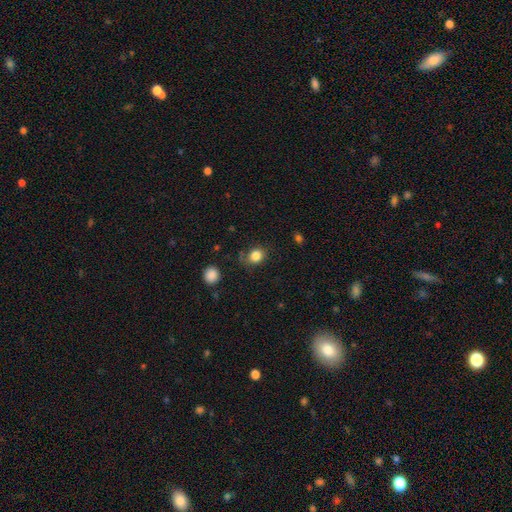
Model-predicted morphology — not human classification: The model was most divided on "how rounded": round: 68%, in between: 31%, cigar-shaped: 1%. More confident: smooth or featured — smooth (84%); merging — none (75%).